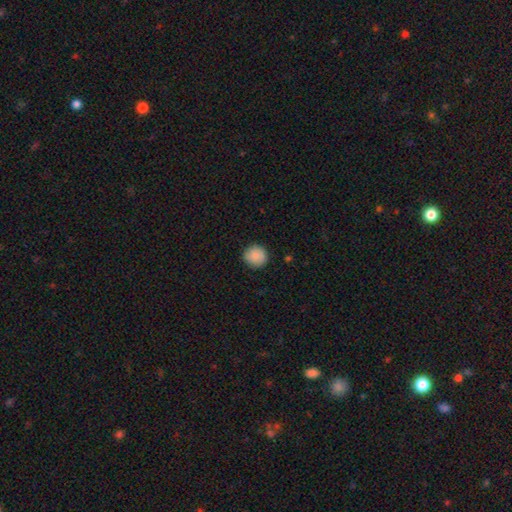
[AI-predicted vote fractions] Morphology: type=smooth (87%); roundness=round (91%); merging=none (87%).